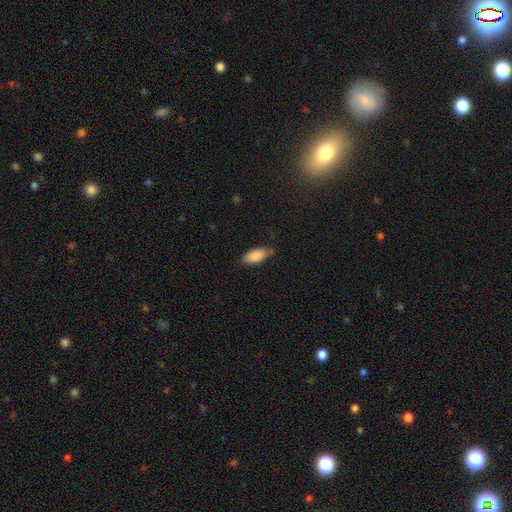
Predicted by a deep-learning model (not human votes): This is clearly a smooth galaxy (88%). How rounded: clearly in between (89%). Merging: likely none (74%).